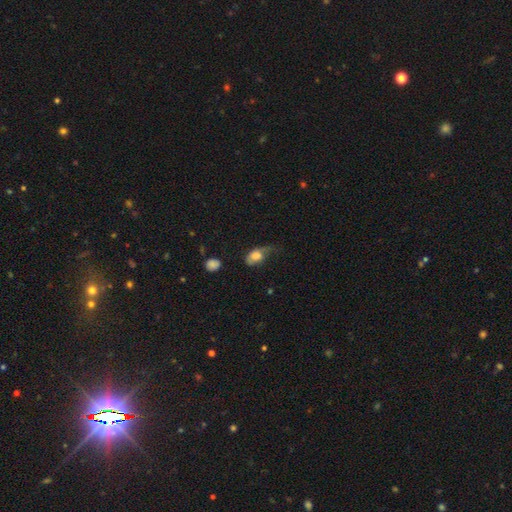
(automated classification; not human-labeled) Morphology: type=smooth (73%); roundness=in between (81%); merging=major disturbance (36%, tied with minor disturbance).